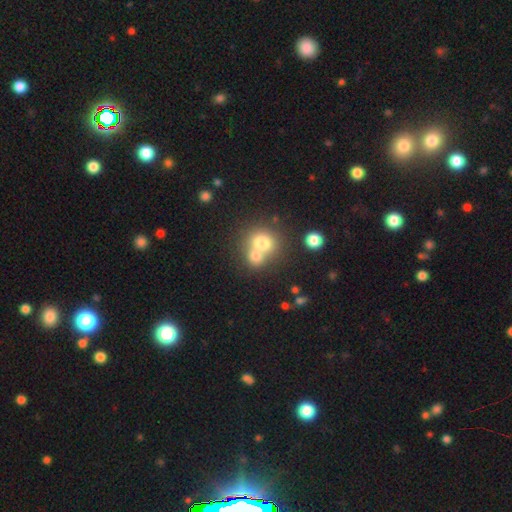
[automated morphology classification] The model was most divided on "merging": merger: 60%, none: 31%, minor disturbance: 6%, major disturbance: 3%. More confident: how rounded — round (76%); smooth or featured — smooth (73%).